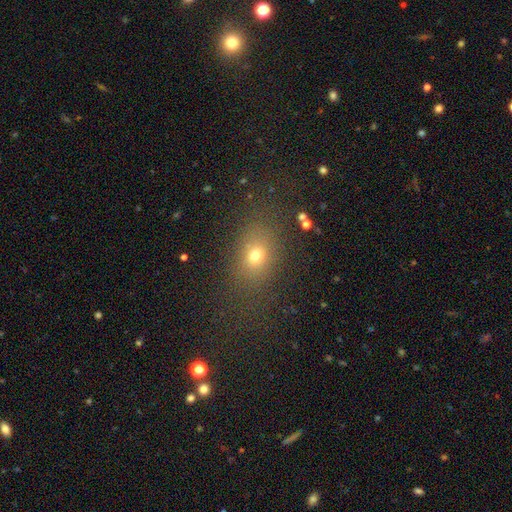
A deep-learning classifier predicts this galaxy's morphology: The model was most divided on "how rounded": in between: 61%, round: 36%, cigar-shaped: 3%. More confident: merging — none (78%); smooth or featured — smooth (68%).